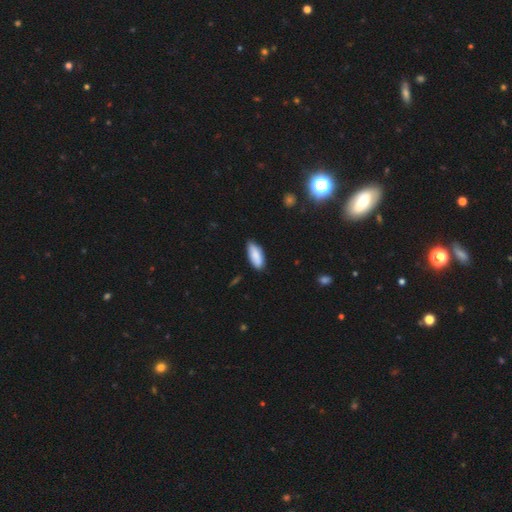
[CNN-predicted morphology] A smooth galaxy with no disk features (87%) that is in between round and cigar-shaped (81%). Merging: none (81%).